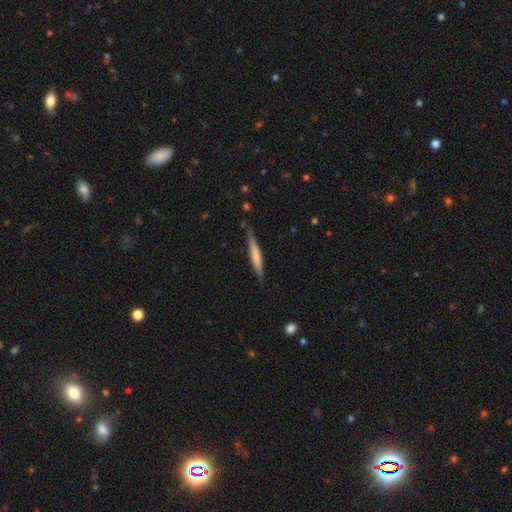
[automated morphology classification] Smooth or featured? Predicted: smooth (p=0.59). How rounded? Predicted: cigar-shaped (p=0.94). Merging? Predicted: none (p=0.85).